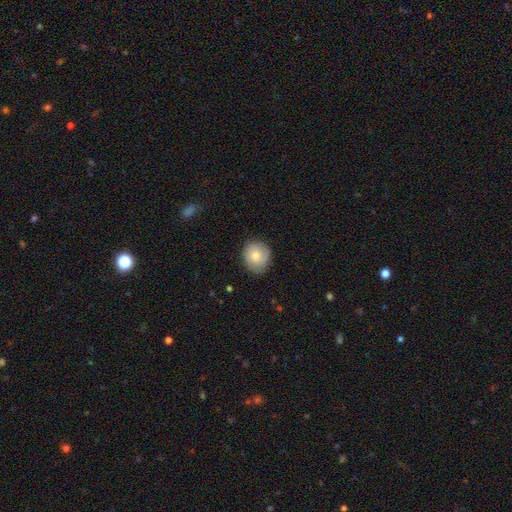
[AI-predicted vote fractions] smooth_or_featured: smooth (p=0.75) [alt: featured or disk p=0.18]
how_rounded: round (p=0.78) [alt: in between p=0.21]
merging: none (p=0.78) [alt: minor disturbance p=0.17]